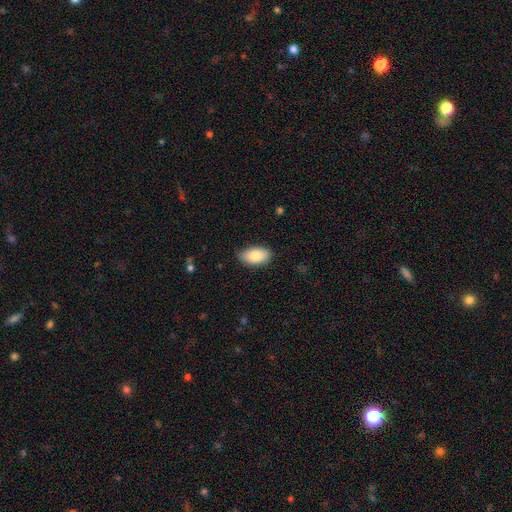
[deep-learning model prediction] smooth-or-featured: smooth: 85% | featured or disk: 9% | star or artifact: 6%
  how-rounded: in between: 94% | round: 4% | cigar-shaped: 2%
  merging: none: 82% | minor disturbance: 15% | major disturbance: 2% | merger: 1%